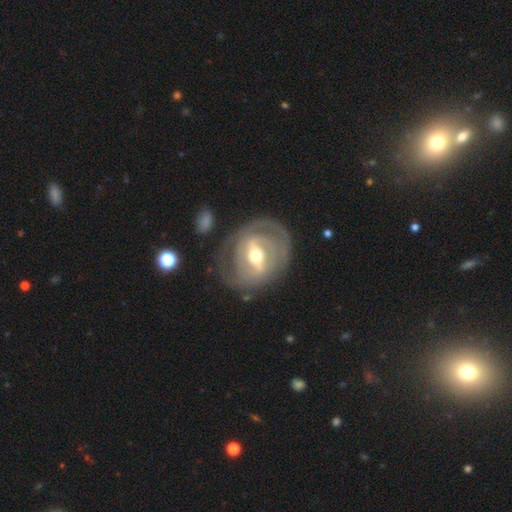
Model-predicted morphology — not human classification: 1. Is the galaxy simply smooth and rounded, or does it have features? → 84% featured or disk, 11% smooth, 5% star or artifact.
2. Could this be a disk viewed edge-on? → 95% no, 5% yes.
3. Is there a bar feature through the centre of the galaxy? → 61% strong, 29% weak, 9% no.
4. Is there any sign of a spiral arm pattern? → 82% yes, 18% no.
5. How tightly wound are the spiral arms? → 61% tight, 29% medium, 10% loose.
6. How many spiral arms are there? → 54% 2, 25% can't tell, 10% 3, 5% 1, 3% 4, 2% more than 4.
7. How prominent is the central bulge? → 69% moderate, 22% small, 7% large, 1% dominant, 1% none.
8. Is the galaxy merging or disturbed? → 72% none, 16% minor disturbance, 9% major disturbance, 2% merger.